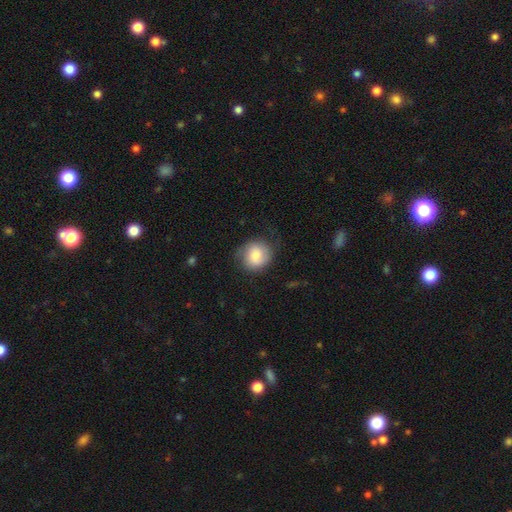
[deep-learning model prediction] Smooth or featured?
  - smooth: 70% *
  - featured or disk: 23%
  - star or artifact: 7%
How rounded?
  - round: 81% *
  - in between: 18%
  - cigar-shaped: 1%
Merging?
  - none: 67% *
  - minor disturbance: 22%
  - major disturbance: 10%
  - merger: 1%